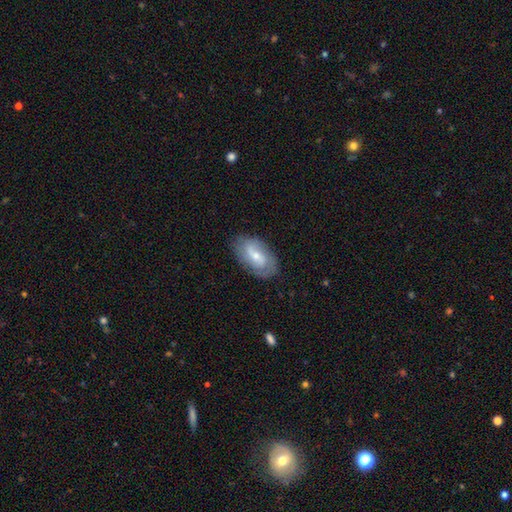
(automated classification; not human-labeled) Smooth or featured? Predicted: featured or disk (p=0.52). Edge-on disk? Predicted: no (p=0.93). Merging? Predicted: none (p=0.76).